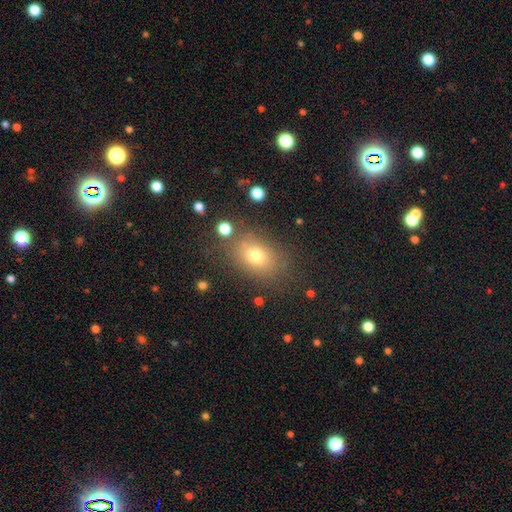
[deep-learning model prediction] smooth-or-featured: smooth: 72% | star or artifact: 15% | featured or disk: 12%
  how-rounded: in between: 66% | round: 33% | cigar-shaped: 1%
  merging: none: 77% | minor disturbance: 13% | major disturbance: 6% | merger: 4%